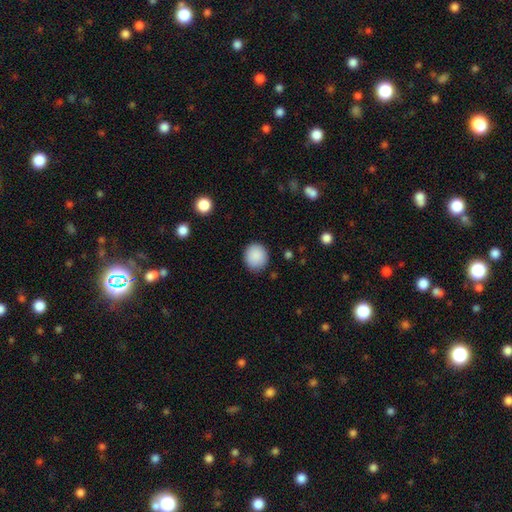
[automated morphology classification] This appears to be a smooth galaxy with no disk features (89%) that is round (87%). Merging: none (88%).